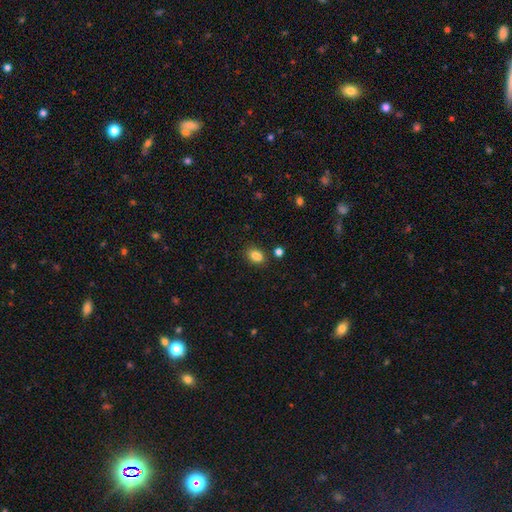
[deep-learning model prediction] Overall: smooth (83%). How rounded: in between (77%). Merging: none (74%).